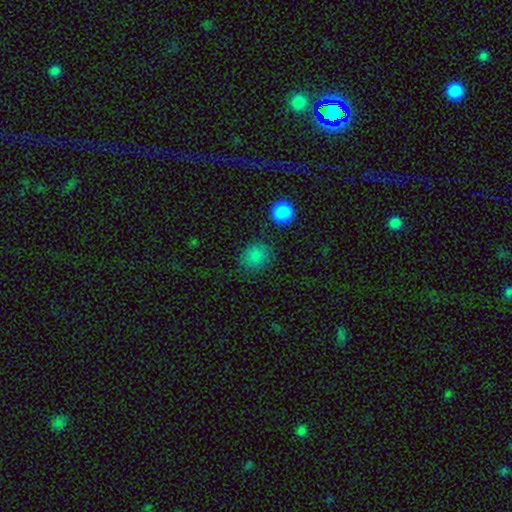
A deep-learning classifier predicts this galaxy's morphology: smooth_or_featured: smooth (p=0.84) [alt: star or artifact p=0.12]
how_rounded: round (p=0.74) [alt: in between p=0.25]
merging: none (p=0.80) [alt: minor disturbance p=0.12]